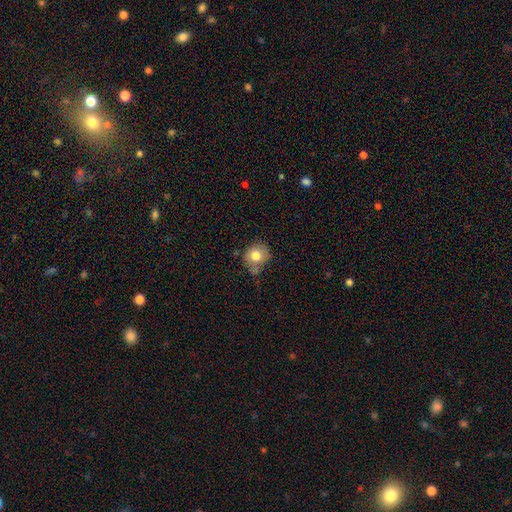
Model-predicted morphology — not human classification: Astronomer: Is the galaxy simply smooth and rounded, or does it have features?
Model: smooth — 77%.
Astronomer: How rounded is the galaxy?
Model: round — 74%.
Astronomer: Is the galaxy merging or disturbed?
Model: none — 56%.